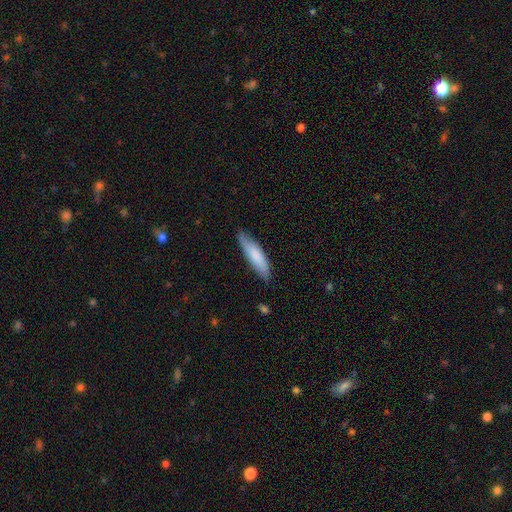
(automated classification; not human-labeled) Smooth or featured: smooth — 76% (featured or disk — 18%)
How rounded: cigar-shaped — 71% (in between — 28%)
Merging: none — 77% (minor disturbance — 19%)